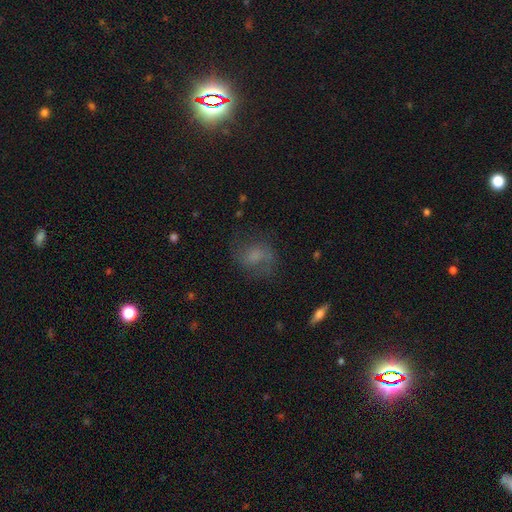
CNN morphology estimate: Smooth or featured? Predicted: smooth (p=0.43). Merging? Predicted: none (p=0.63).